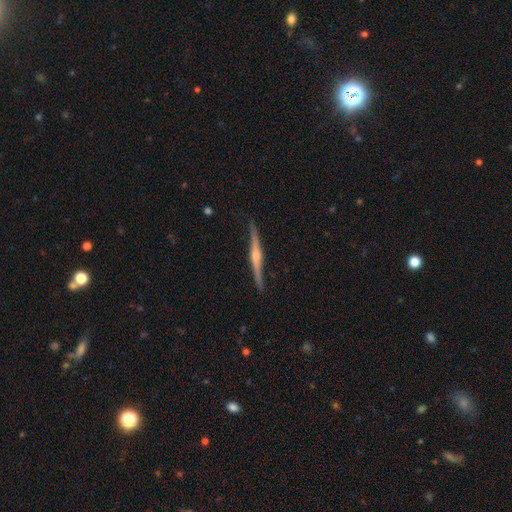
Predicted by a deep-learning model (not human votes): Smooth or featured? featured or disk (82%)
Edge-on disk? yes (97%)
Edge-on bulge? rounded (83%)
Merging? none (85%)